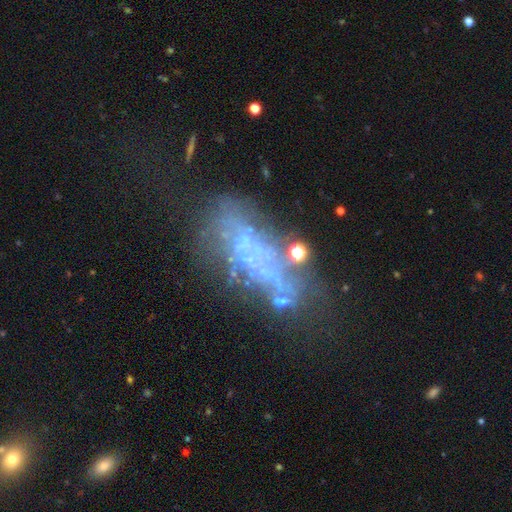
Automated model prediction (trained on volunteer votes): The model was most divided on "merging": none: 39%, major disturbance: 28%, minor disturbance: 18%, merger: 15%. More confident: bar — no (91%); spiral arms — no (90%); edge-on disk — no (87%); bulge size — none (78%); smooth or featured — featured or disk (61%).